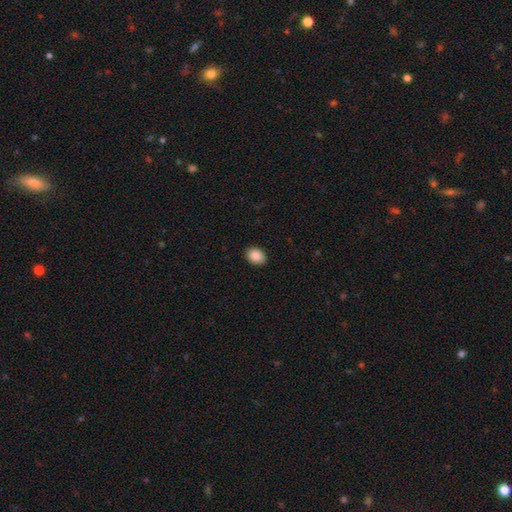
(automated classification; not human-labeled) A smooth galaxy with no disk features (89%) that is in between round and cigar-shaped (72%).

Vote fractions:
- Smooth or featured? smooth: 89% / star or artifact: 7% / featured or disk: 4%
- How rounded? in between: 72% / round: 27% / cigar-shaped: 1%
- Merging? none: 90% / minor disturbance: 7% / major disturbance: 2% / merger: 1%